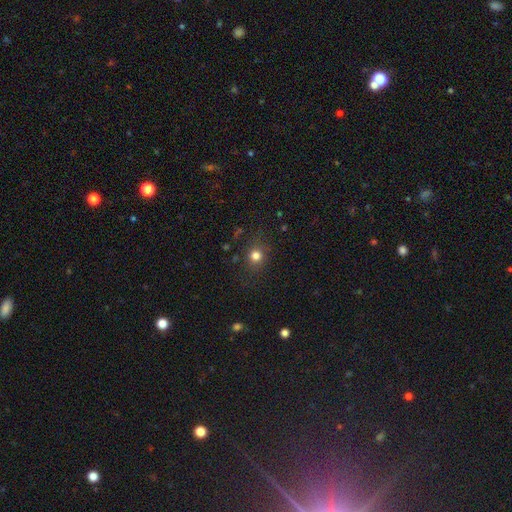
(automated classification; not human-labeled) Smooth or featured?
  - smooth: 77% *
  - star or artifact: 16%
  - featured or disk: 7%
How rounded?
  - round: 85% *
  - in between: 14%
  - cigar-shaped: 1%
Merging?
  - none: 83% *
  - minor disturbance: 11%
  - major disturbance: 5%
  - merger: 2%